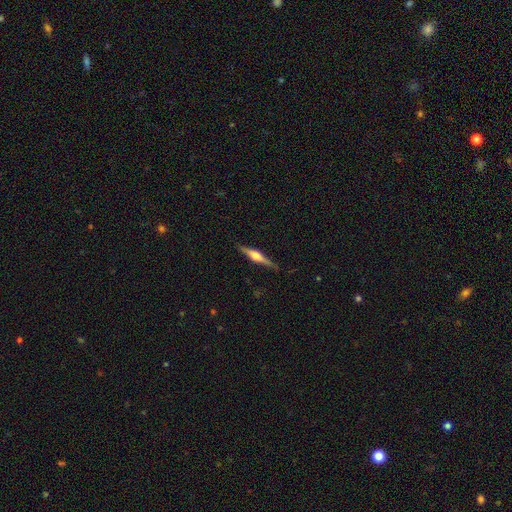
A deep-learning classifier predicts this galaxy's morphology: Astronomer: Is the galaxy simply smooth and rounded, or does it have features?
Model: featured or disk — 74%.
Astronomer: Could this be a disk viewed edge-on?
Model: yes — 98%.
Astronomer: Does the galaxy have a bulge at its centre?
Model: rounded — 89%.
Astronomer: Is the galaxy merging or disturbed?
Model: none — 87%.